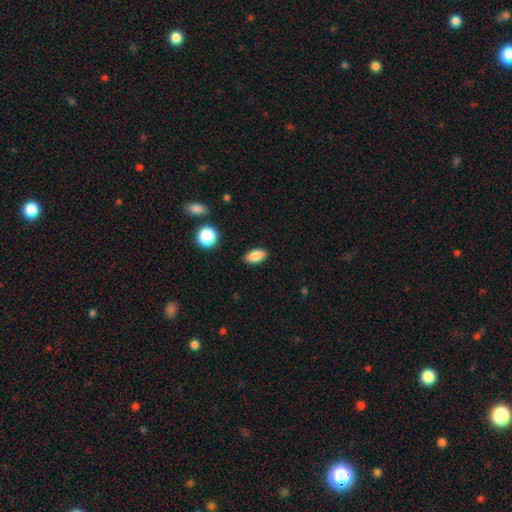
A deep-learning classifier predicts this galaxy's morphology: smooth_or_featured: smooth (p=0.85) [alt: star or artifact p=0.09]
how_rounded: in between (p=0.90) [alt: round p=0.05]
merging: none (p=0.88) [alt: minor disturbance p=0.09]